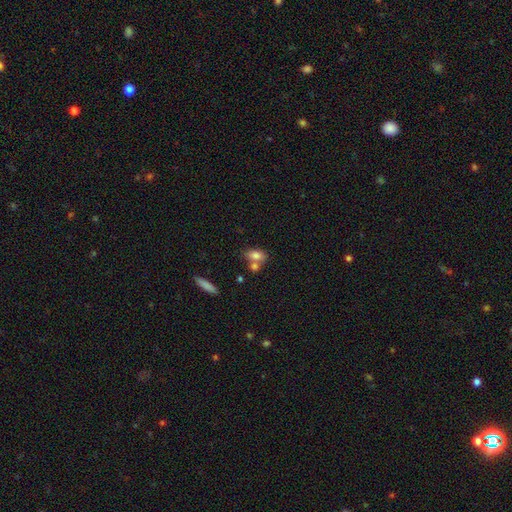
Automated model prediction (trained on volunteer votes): smooth-or-featured: smooth: 77% | featured or disk: 14% | star or artifact: 9%
  how-rounded: in between: 82% | round: 11% | cigar-shaped: 7%
  merging: none: 46% | merger: 37% | minor disturbance: 13% | major disturbance: 5%